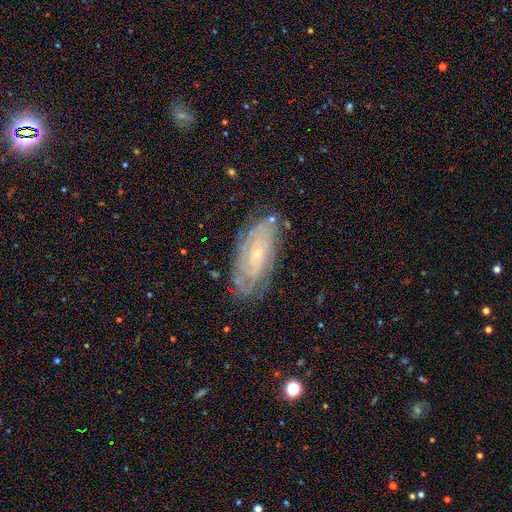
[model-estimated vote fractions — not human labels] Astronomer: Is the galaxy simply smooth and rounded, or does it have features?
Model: featured or disk — 63%.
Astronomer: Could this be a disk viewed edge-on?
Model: no — 87%.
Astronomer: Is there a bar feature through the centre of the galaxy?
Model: no — 64%.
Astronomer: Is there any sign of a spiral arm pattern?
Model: yes — 89%.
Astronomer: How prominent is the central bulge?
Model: small — 77%.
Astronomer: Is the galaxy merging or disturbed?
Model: none — 83%.